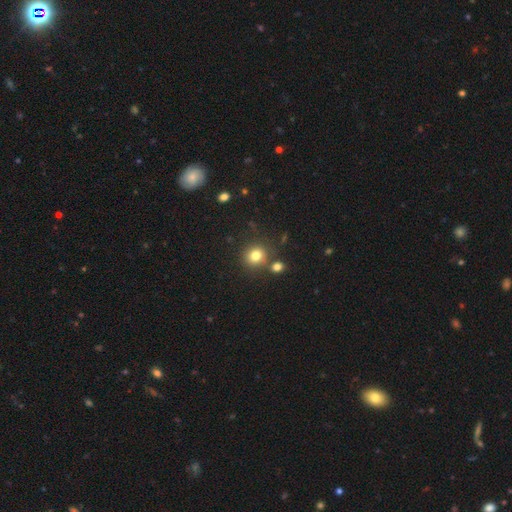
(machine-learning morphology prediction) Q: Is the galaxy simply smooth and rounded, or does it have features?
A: smooth — 79%.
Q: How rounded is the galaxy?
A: round — 87%.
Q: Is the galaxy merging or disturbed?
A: none — 75%.